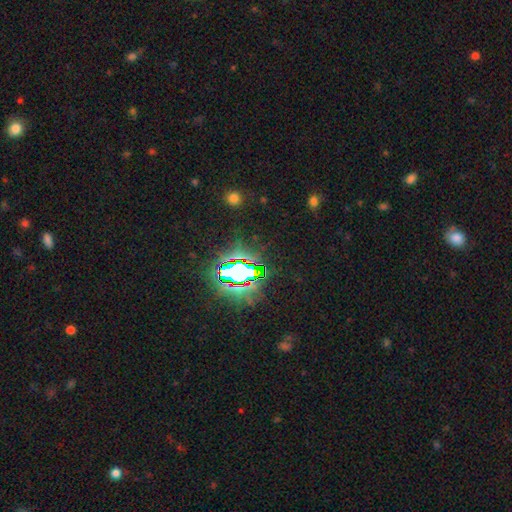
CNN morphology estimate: A star or artifact, not a galaxy (82%).